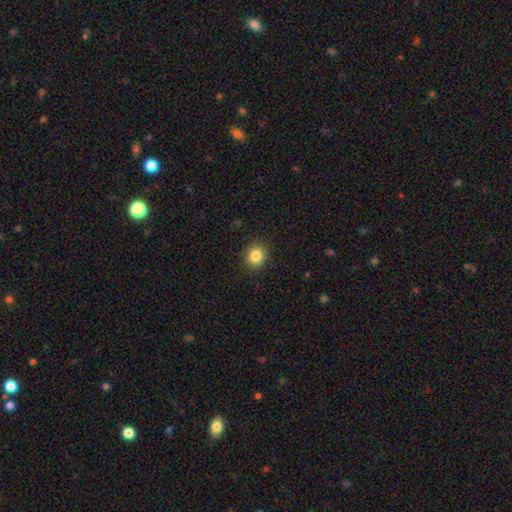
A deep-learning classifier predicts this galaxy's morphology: Smooth or featured? Predicted: smooth (p=0.85). How rounded? Predicted: round (p=0.79). Merging? Predicted: none (p=0.90).